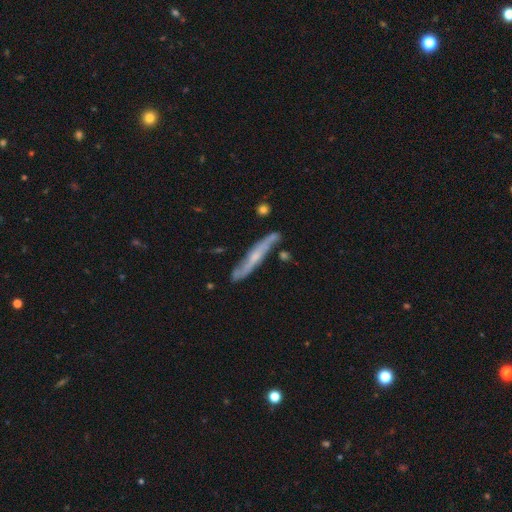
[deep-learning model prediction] Overall: featured or disk (71%). Edge-on disk: yes (67%; no 33%). Merging: none (73%).